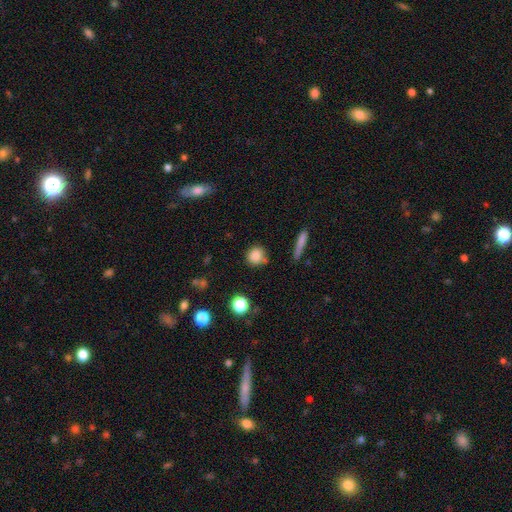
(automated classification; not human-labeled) This is clearly a smooth galaxy (84%). How rounded: clearly round (85%). Merging: likely none (77%).